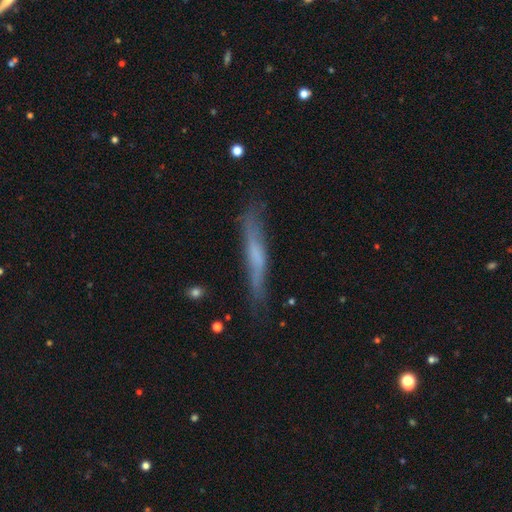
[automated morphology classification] Smooth or featured? smooth (47%)
Merging? none (72%)